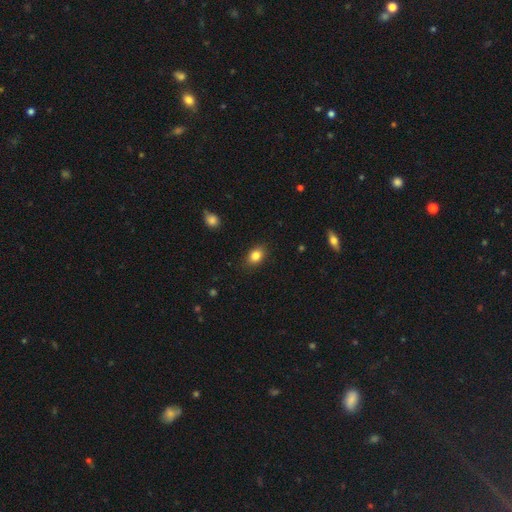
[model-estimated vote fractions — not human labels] Smooth or featured? Predicted: smooth (p=0.84). How rounded? Predicted: in between (p=0.75). Merging? Predicted: none (p=0.86).